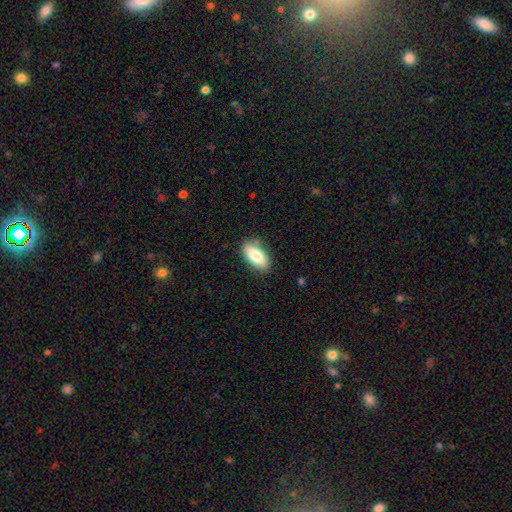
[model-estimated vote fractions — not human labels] Overall: smooth (79%). How rounded: in between (84%). Merging: none (82%).